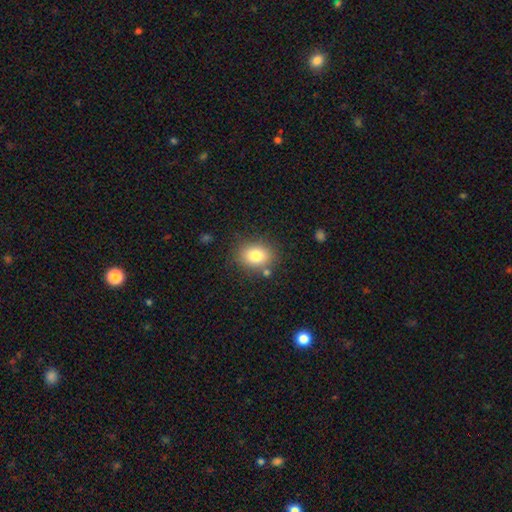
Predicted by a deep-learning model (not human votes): A smooth galaxy with no disk features (80%) that is in between round and cigar-shaped (51%). Merging: none (81%).